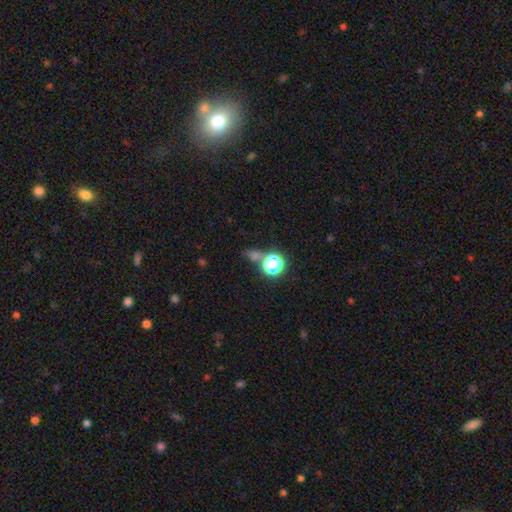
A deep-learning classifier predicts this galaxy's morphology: star or artifact 56%, smooth 36%, featured or disk 8%.